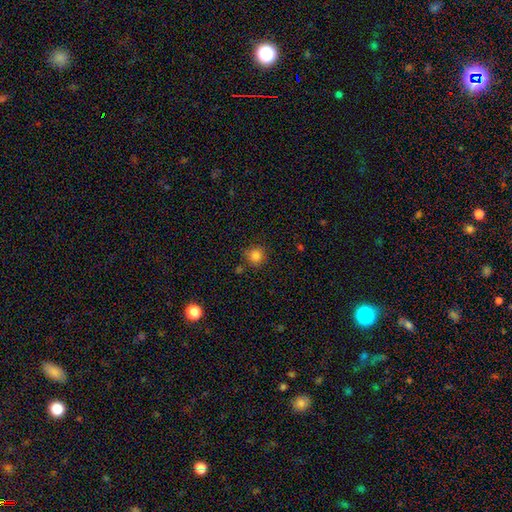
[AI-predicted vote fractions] A smooth galaxy with no disk features (84%) that is round (92%).

Vote fractions:
- Smooth or featured? smooth: 84% / star or artifact: 12% / featured or disk: 4%
- How rounded? round: 92% / in between: 7% / cigar-shaped: 1%
- Merging? none: 81% / minor disturbance: 11% / merger: 4% / major disturbance: 3%